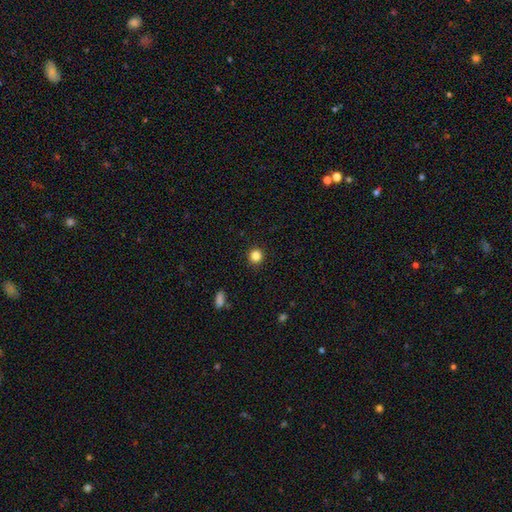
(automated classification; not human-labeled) The model was most divided on "smooth or featured": smooth: 84%, star or artifact: 12%, featured or disk: 4%. More confident: how rounded — round (93%); merging — none (92%).